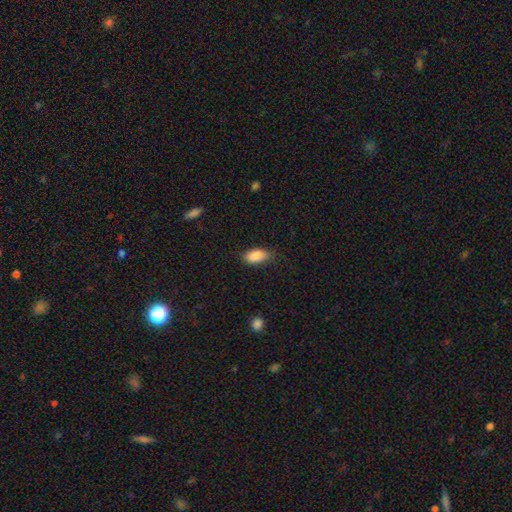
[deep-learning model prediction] Smooth or featured?
  - smooth: 88% *
  - star or artifact: 7%
  - featured or disk: 5%
How rounded?
  - in between: 90% *
  - cigar-shaped: 6%
  - round: 3%
Merging?
  - none: 78% *
  - minor disturbance: 17%
  - major disturbance: 4%
  - merger: 1%